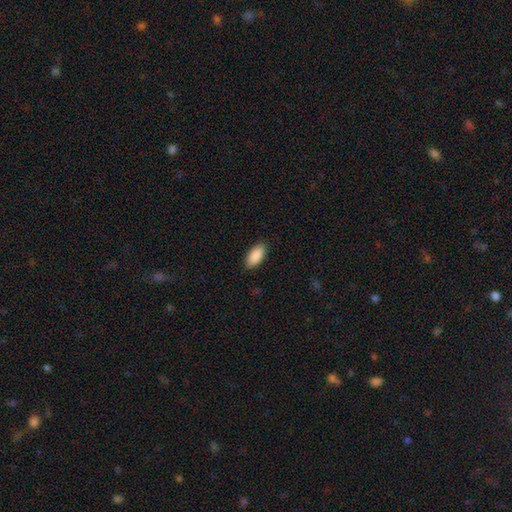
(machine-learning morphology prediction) This is clearly a smooth galaxy (90%). How rounded: clearly in between (92%). Merging: clearly none (87%).